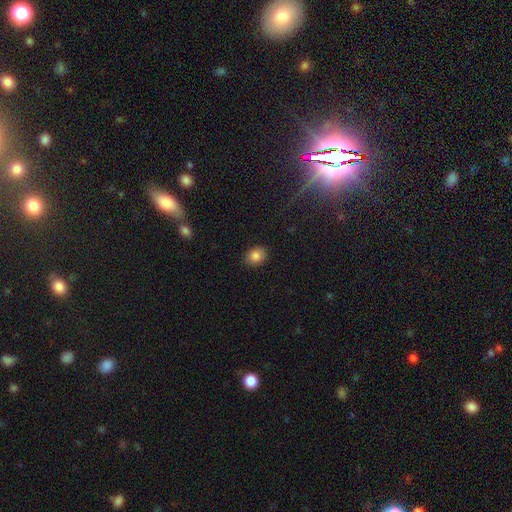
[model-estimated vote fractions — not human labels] Smooth or featured? smooth (85%)
How rounded? in between (62%)
Merging? none (88%)